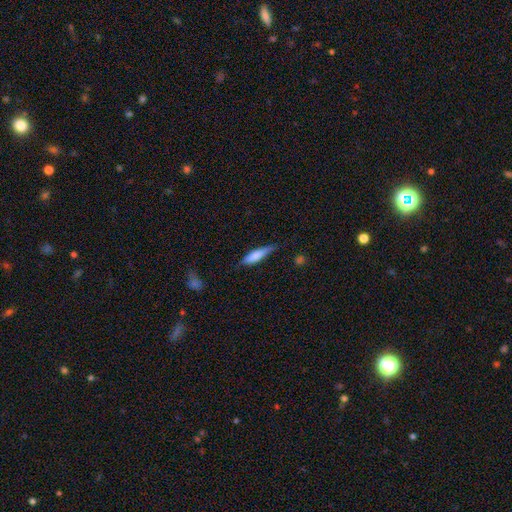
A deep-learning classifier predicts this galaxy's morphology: The model was most divided on "merging": none: 64%, minor disturbance: 27%, major disturbance: 7%, merger: 2%. More confident: how rounded — cigar-shaped (69%); smooth or featured — smooth (67%).